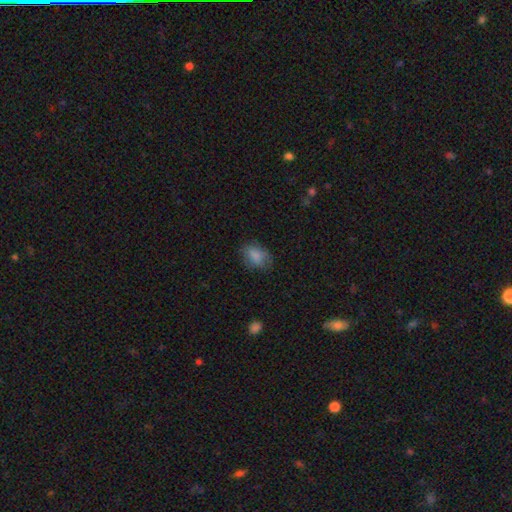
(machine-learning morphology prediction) A smooth galaxy with no disk features (82%) that is in between round and cigar-shaped (79%).

Vote fractions:
- Smooth or featured? smooth: 82% / star or artifact: 9% / featured or disk: 9%
- How rounded? in between: 79% / round: 19% / cigar-shaped: 2%
- Merging? none: 66% / minor disturbance: 24% / major disturbance: 9% / merger: 1%